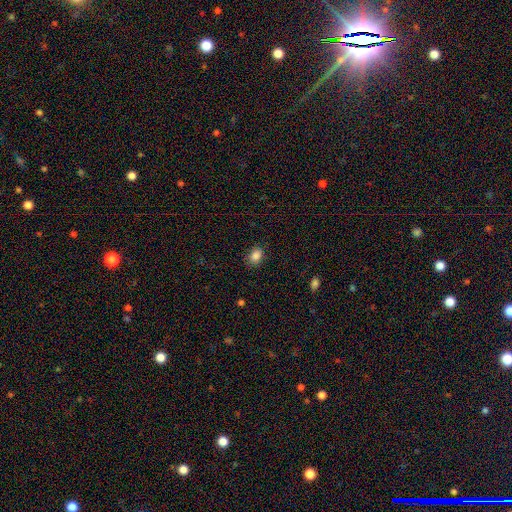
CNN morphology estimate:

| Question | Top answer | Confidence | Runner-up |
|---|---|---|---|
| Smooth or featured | smooth | 86% | star or artifact (10%) |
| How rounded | in between | 65% | round (34%) |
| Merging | none | 84% | minor disturbance (12%) |